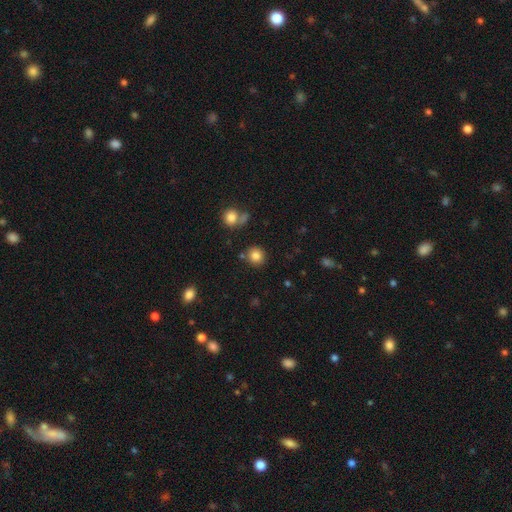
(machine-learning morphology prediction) smooth 82%, star or artifact 11%, featured or disk 6%. Down the decision tree: how rounded — round (90%); merging — none (83%).